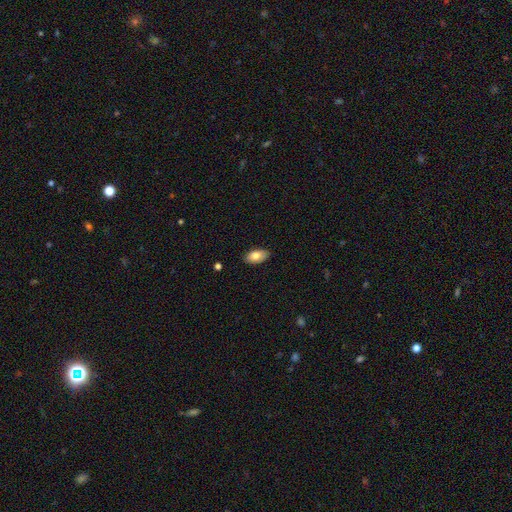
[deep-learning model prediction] smooth 81%, featured or disk 13%, star or artifact 7%. Down the decision tree: how rounded — in between (94%); merging — none (88%).